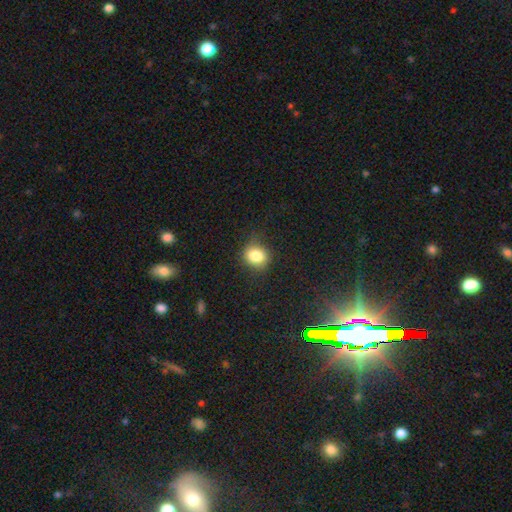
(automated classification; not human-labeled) A smooth galaxy with no disk features (83%) that is round (69%).

Vote fractions:
- Smooth or featured? smooth: 83% / star or artifact: 10% / featured or disk: 6%
- How rounded? round: 69% / in between: 30% / cigar-shaped: 1%
- Merging? none: 78% / minor disturbance: 16% / major disturbance: 5% / merger: 1%